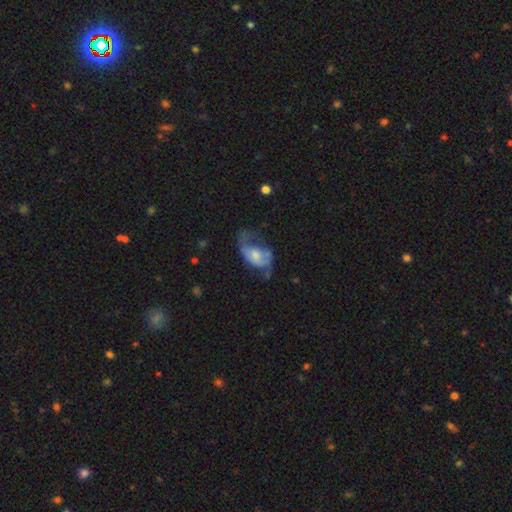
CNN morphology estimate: type=featured or disk (58%); edge-on=no (96%); bar=no (66%); spiral arms=yes (67%); bulge=moderate (38%); merging=major disturbance (46%).